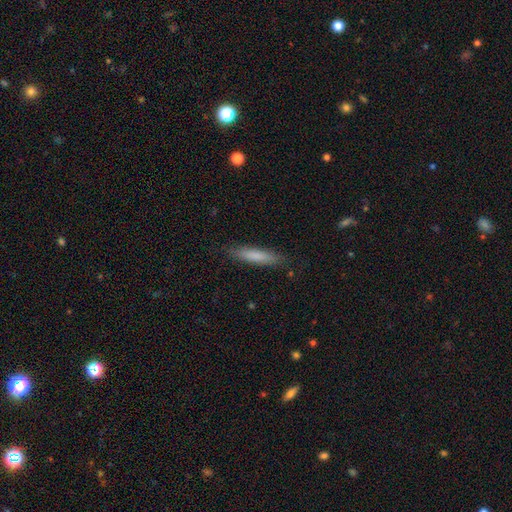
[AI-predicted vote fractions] This appears to be a smooth galaxy with no disk features (77%) that is cigar-shaped (87%). Merging: none (86%).